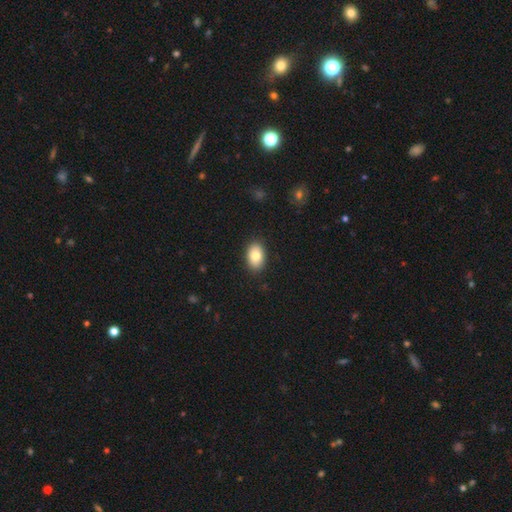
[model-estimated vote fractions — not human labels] This appears to be a smooth galaxy with no disk features (80%) that is in between round and cigar-shaped (86%). Merging: none (88%).